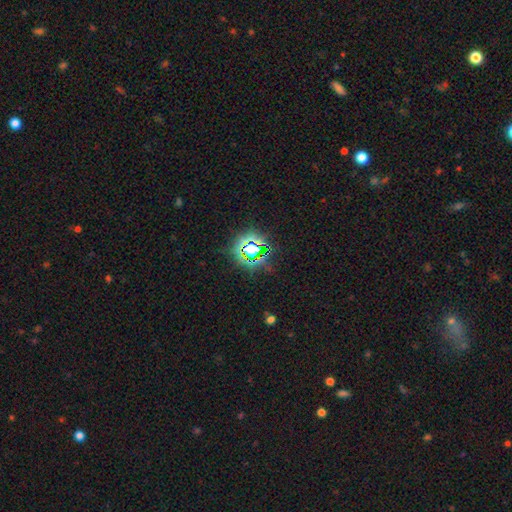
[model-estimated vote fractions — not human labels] Smooth or featured: star or artifact — 72% (smooth — 19%)